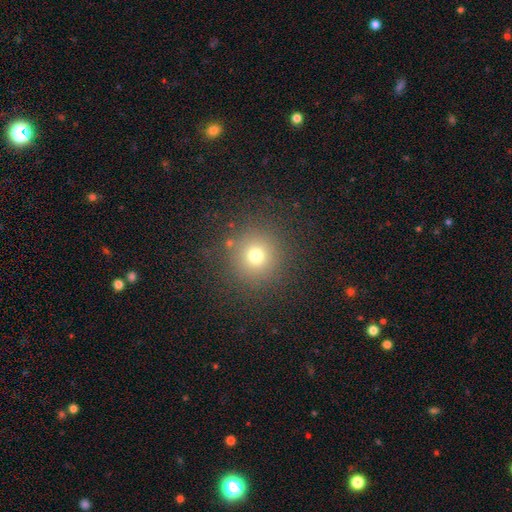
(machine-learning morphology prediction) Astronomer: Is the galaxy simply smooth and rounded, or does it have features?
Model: smooth — 72%.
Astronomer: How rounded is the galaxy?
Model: round — 93%.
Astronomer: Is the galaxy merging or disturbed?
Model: none — 86%.